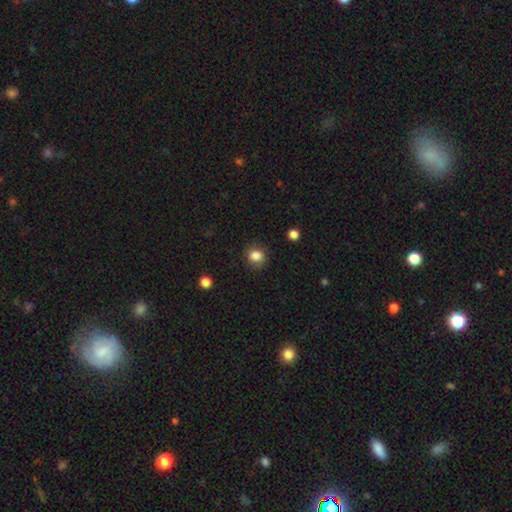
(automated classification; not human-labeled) Smooth or featured: smooth — 84% (star or artifact — 11%)
How rounded: round — 80% (in between — 19%)
Merging: none — 84% (minor disturbance — 11%)